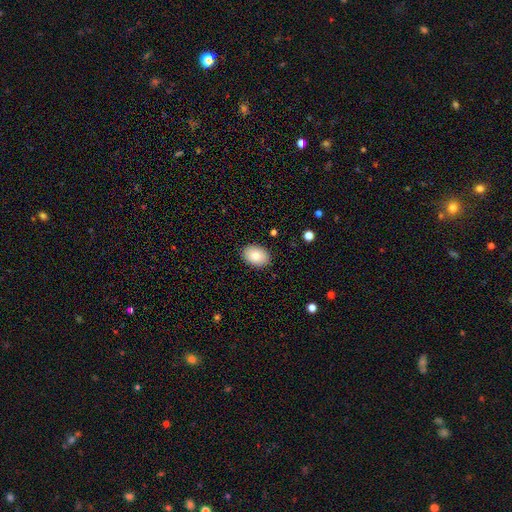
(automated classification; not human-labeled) Q: Smooth or featured?
A: smooth (82%); runner-up: featured or disk (10%)
Q: How rounded?
A: in between (79%); runner-up: round (20%)
Q: Merging?
A: none (88%); runner-up: minor disturbance (9%)